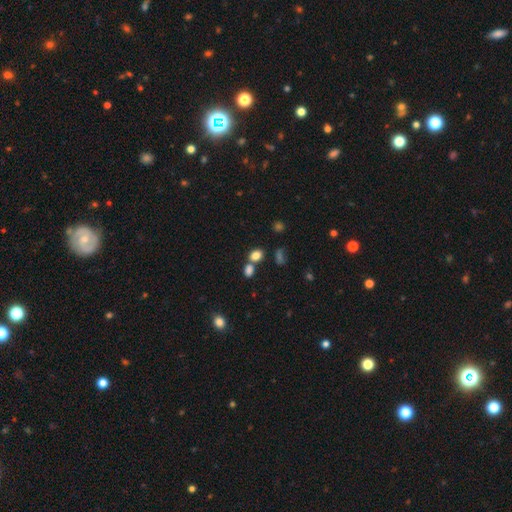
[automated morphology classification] Overall: smooth (80%). How rounded: in between (57%; round 41%). Merging: none (54%; merger 31%).